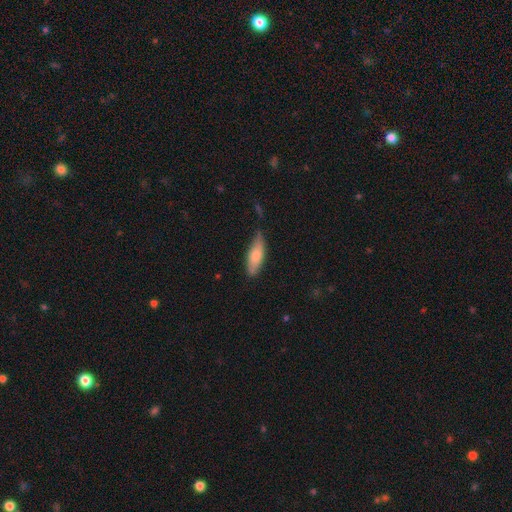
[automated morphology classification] smooth-or-featured: smooth: 75% | featured or disk: 19% | star or artifact: 5%
  how-rounded: in between: 61% | cigar-shaped: 37% | round: 2%
  merging: none: 70% | minor disturbance: 24% | major disturbance: 4% | merger: 2%